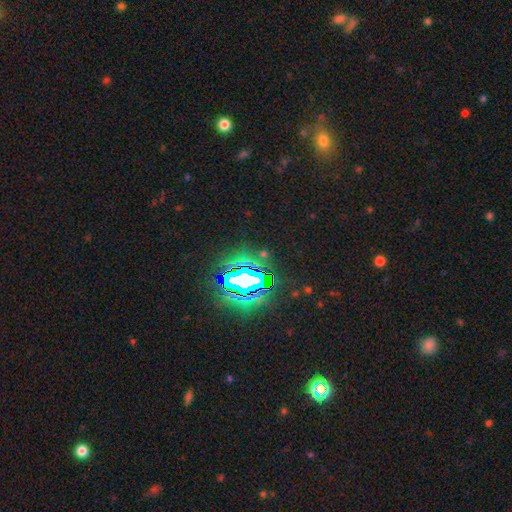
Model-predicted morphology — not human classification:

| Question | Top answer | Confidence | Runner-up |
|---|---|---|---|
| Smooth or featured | star or artifact | 81% | smooth (10%) |